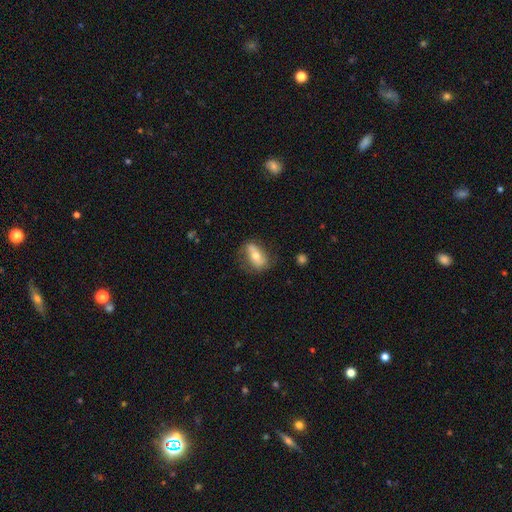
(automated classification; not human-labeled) Smooth or featured? smooth (49%)
Merging? none (67%)